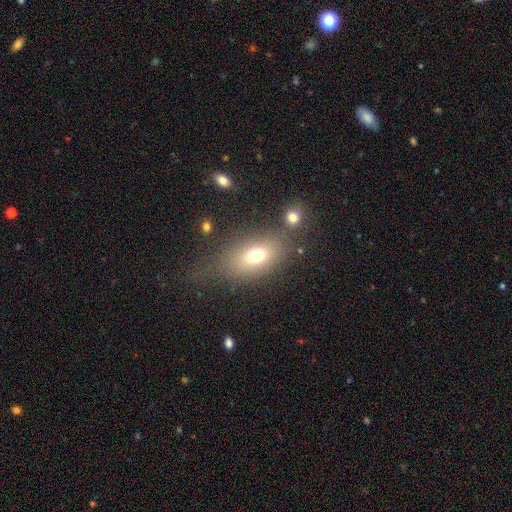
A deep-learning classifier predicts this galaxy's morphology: smooth_or_featured: smooth (p=0.71) [alt: featured or disk p=0.16]
how_rounded: in between (p=0.78) [alt: round p=0.17]
merging: none (p=0.63) [alt: minor disturbance p=0.16]